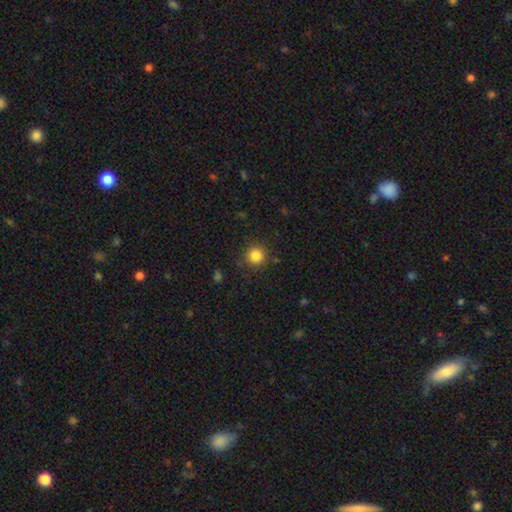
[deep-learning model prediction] smooth_or_featured: smooth (p=0.84) [alt: star or artifact p=0.12]
how_rounded: round (p=0.94) [alt: in between p=0.05]
merging: none (p=0.87) [alt: minor disturbance p=0.08]